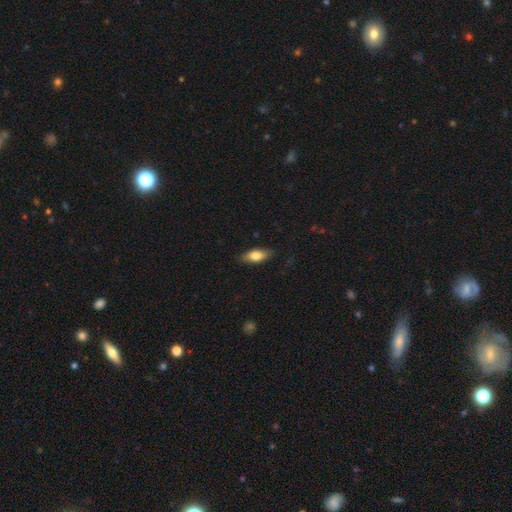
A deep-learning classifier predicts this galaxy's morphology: smooth_or_featured: smooth (p=0.77) [alt: featured or disk p=0.16]
how_rounded: in between (p=0.82) [alt: cigar-shaped p=0.14]
merging: none (p=0.82) [alt: minor disturbance p=0.14]